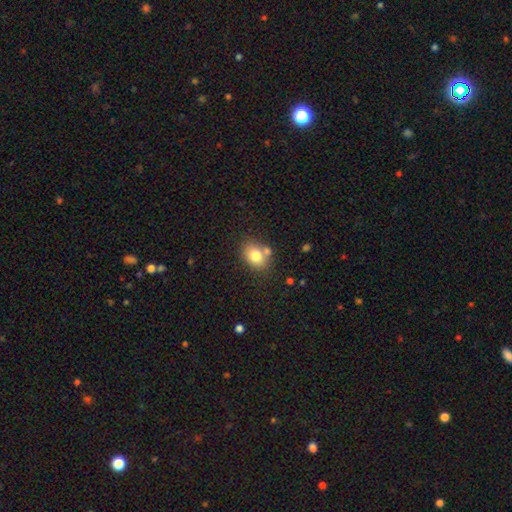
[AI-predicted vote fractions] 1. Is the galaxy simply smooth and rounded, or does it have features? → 79% smooth, 11% featured or disk, 9% star or artifact.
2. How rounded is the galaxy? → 68% in between, 31% round, 1% cigar-shaped.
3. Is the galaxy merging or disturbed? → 64% none, 18% merger, 14% minor disturbance, 4% major disturbance.